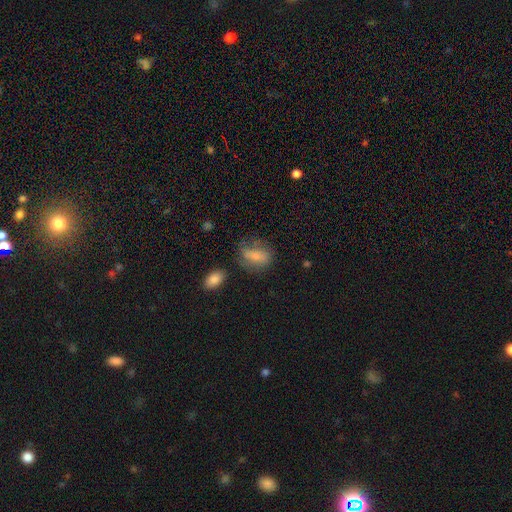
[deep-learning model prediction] Overall: smooth (68%). How rounded: in between (75%). Merging: none (53%; minor disturbance 26%).